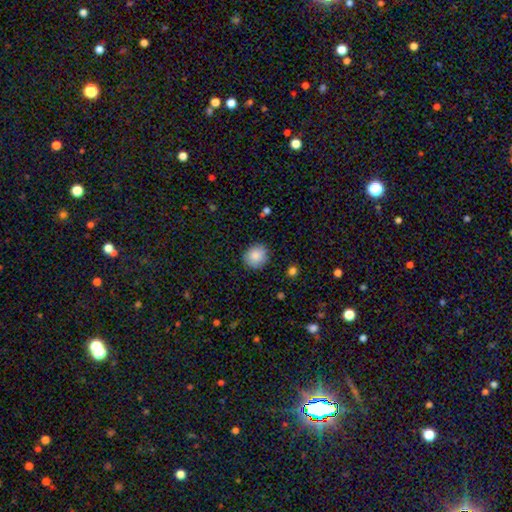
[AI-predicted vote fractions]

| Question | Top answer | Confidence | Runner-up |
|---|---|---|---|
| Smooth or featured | smooth | 87% | star or artifact (8%) |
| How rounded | round | 82% | in between (17%) |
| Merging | none | 86% | minor disturbance (10%) |